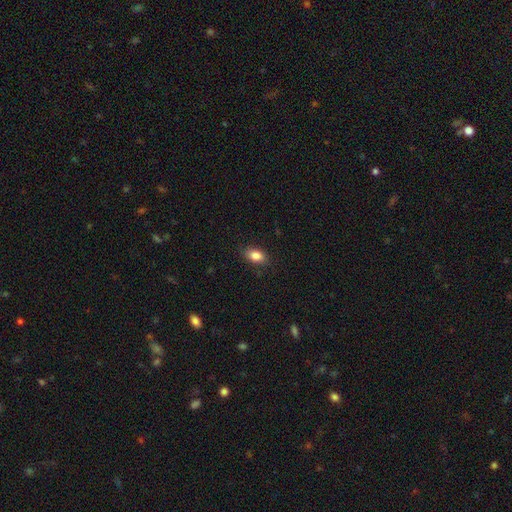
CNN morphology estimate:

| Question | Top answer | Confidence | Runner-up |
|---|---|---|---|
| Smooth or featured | smooth | 85% | star or artifact (8%) |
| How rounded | in between | 86% | round (11%) |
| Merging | none | 85% | minor disturbance (12%) |